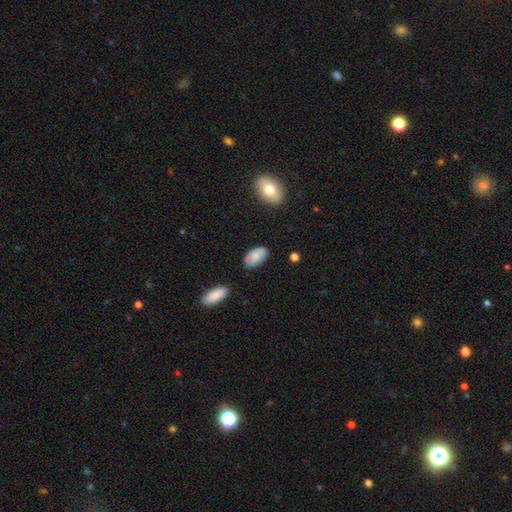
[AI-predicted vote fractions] A smooth galaxy with no disk features (82%) that is in between round and cigar-shaped (94%).

Vote fractions:
- Smooth or featured? smooth: 82% / featured or disk: 12% / star or artifact: 7%
- How rounded? in between: 94% / round: 4% / cigar-shaped: 2%
- Merging? none: 74% / minor disturbance: 20% / major disturbance: 4% / merger: 3%